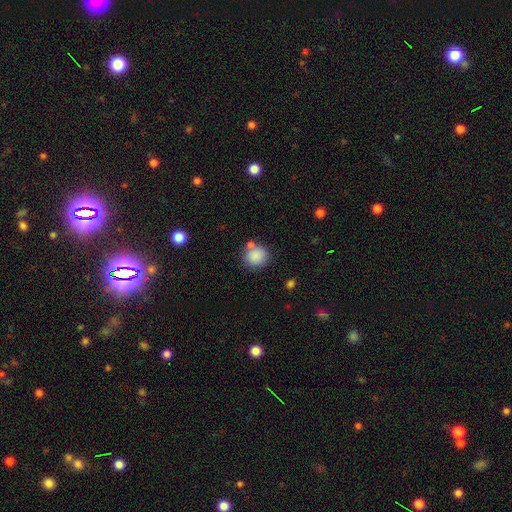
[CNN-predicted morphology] smooth-or-featured: smooth: 86% | star or artifact: 9% | featured or disk: 5%
  how-rounded: round: 84% | in between: 15% | cigar-shaped: 1%
  merging: none: 70% | merger: 14% | minor disturbance: 12% | major disturbance: 4%